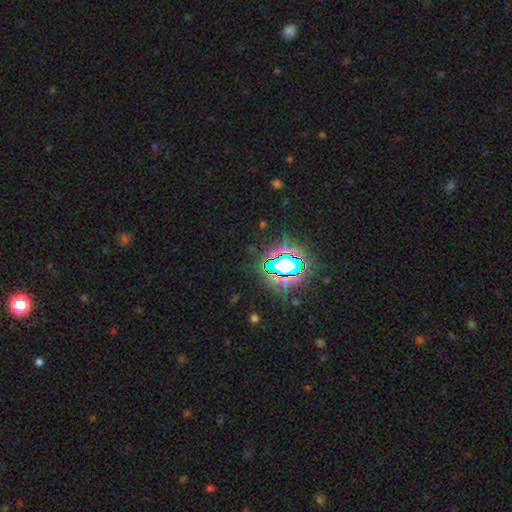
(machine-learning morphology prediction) This is clearly a star or artifact rather than a galaxy (82%).